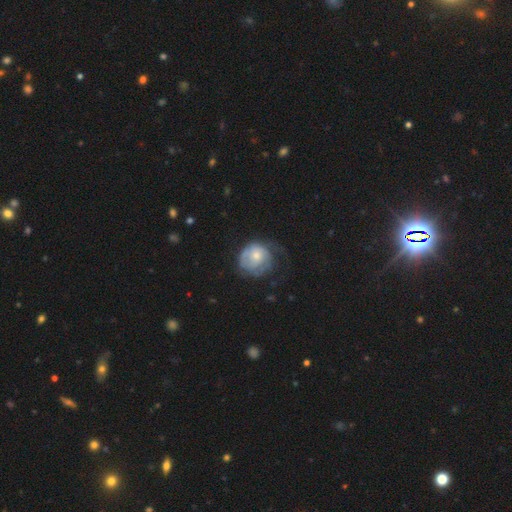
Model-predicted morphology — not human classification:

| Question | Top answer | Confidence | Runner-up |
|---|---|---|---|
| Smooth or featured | smooth | 50% | featured or disk (43%) |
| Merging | none | 38% | minor disturbance (30%) |